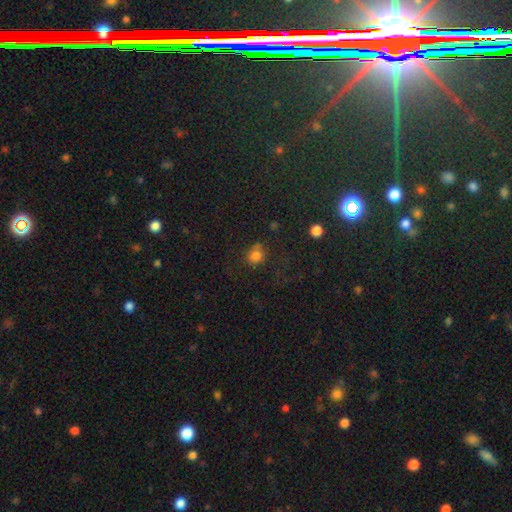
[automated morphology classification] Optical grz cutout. It shows a smooth galaxy with no disk features (77%) that is round (78%). Merging: none (63%).